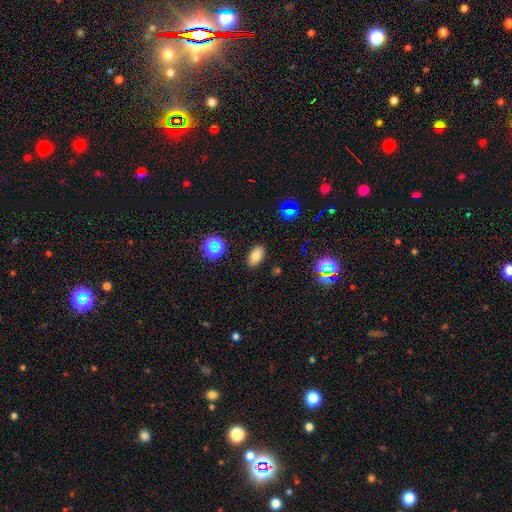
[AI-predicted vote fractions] The model was most divided on "smooth or featured": smooth: 74%, star or artifact: 16%, featured or disk: 10%. More confident: how rounded — in between (91%); merging — none (86%).